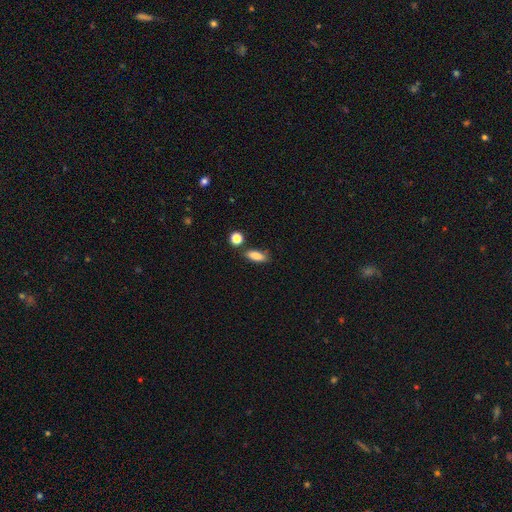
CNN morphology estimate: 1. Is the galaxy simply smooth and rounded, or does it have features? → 83% smooth, 9% featured or disk, 8% star or artifact.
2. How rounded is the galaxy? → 67% in between, 28% cigar-shaped, 5% round.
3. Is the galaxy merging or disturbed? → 76% none, 14% minor disturbance, 7% merger, 3% major disturbance.